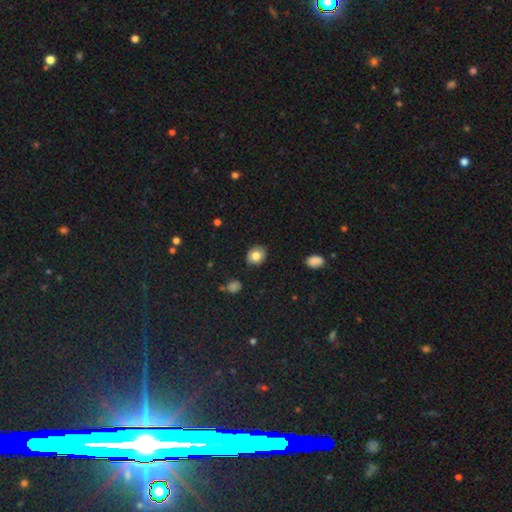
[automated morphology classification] smooth_or_featured: smooth (p=0.80) [alt: featured or disk p=0.10]
how_rounded: round (p=0.68) [alt: in between p=0.31]
merging: none (p=0.87) [alt: minor disturbance p=0.09]